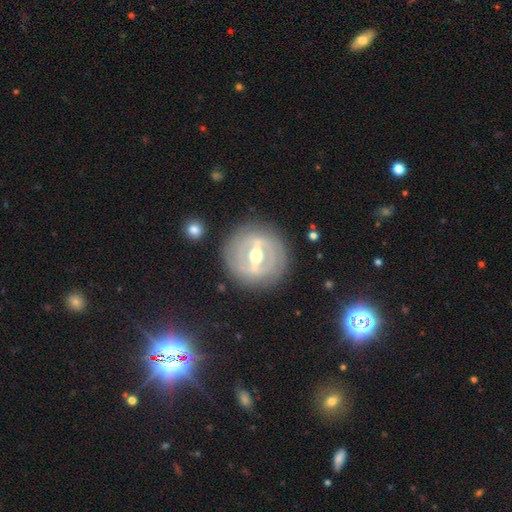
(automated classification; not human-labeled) Overall: featured or disk (83%). Edge-on disk: no (82%). Bar: strong (78%). Spiral arms: yes (50%, tied with no). Bulge size: moderate (76%). Merging: none (84%).